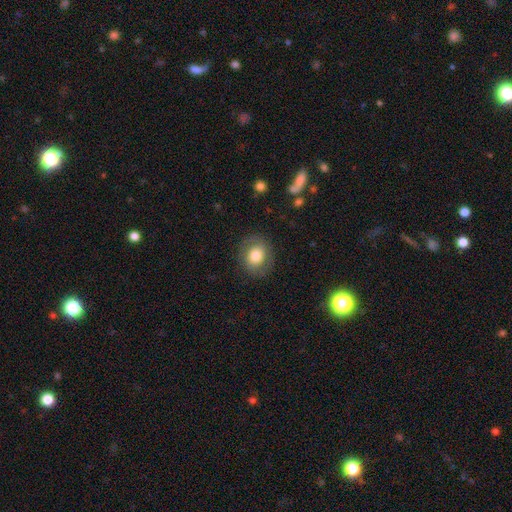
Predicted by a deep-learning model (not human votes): This is likely a smooth galaxy (66%). How rounded: likely round (64%). Merging: clearly none (83%).